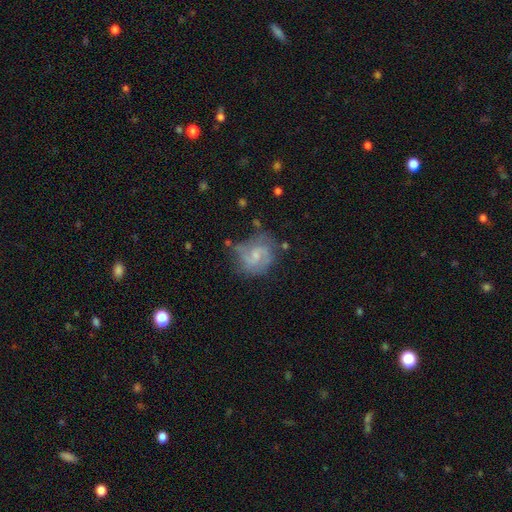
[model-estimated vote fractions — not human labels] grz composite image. It shows a featured or disk galaxy (76%) with a weak bar (53%), 2 (79%) medium (51%) spiral arms (93%) and a small central bulge (54%). Merging: none (61%).